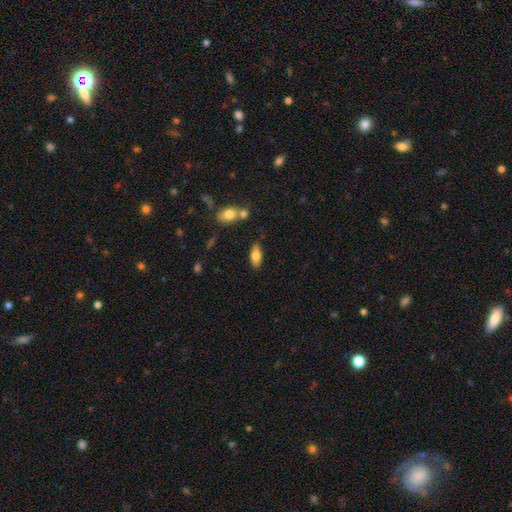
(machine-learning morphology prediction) type=smooth (76%); roundness=in between (83%); merging=none (79%).